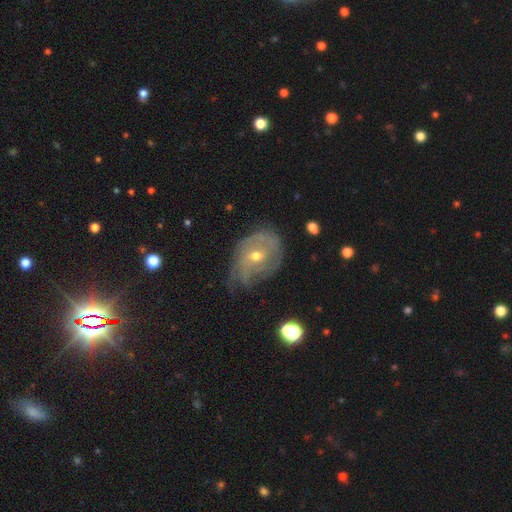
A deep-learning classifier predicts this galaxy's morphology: Q: Smooth or featured?
A: featured or disk (73%); runner-up: smooth (18%)
Q: Edge-on disk?
A: no (95%); runner-up: yes (5%)
Q: Bar?
A: no (67%); runner-up: weak (27%)
Q: Spiral arms?
A: yes (79%); runner-up: no (21%)
Q: Spiral winding?
A: tight (56%); runner-up: medium (30%)
Q: Spiral arm count?
A: can't tell (50%); runner-up: 2 (18%)
Q: Bulge size?
A: moderate (51%); runner-up: small (46%)
Q: Merging?
A: none (46%); runner-up: minor disturbance (33%)